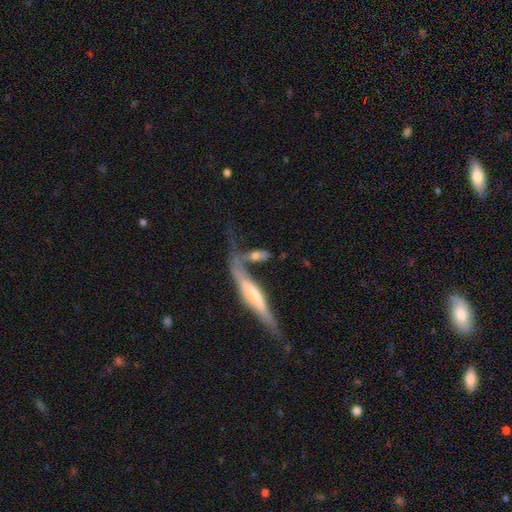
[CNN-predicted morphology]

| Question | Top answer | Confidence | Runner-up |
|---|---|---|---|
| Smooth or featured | smooth | 46% | featured or disk (45%) |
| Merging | merger | 47% | none (26%) |